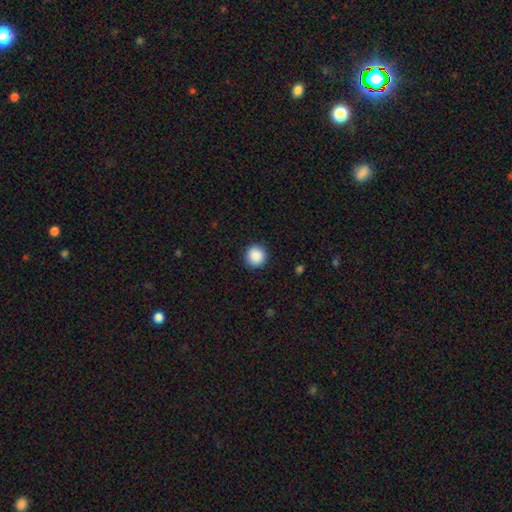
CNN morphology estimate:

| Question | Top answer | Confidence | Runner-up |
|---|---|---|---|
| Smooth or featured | smooth | 89% | star or artifact (8%) |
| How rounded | round | 95% | in between (5%) |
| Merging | none | 91% | minor disturbance (6%) |